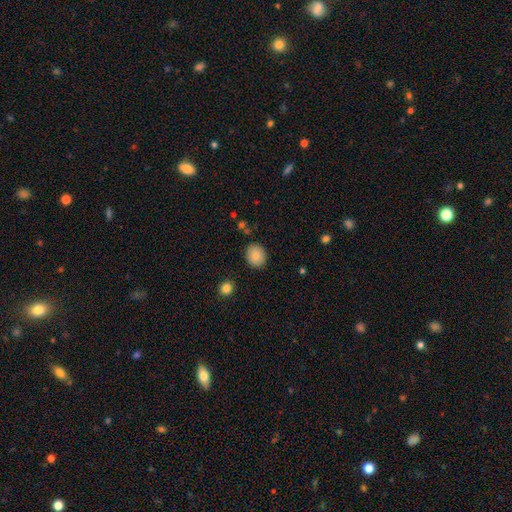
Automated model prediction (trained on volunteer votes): Overall: smooth (86%). How rounded: round (62%; in between 37%). Merging: none (87%).